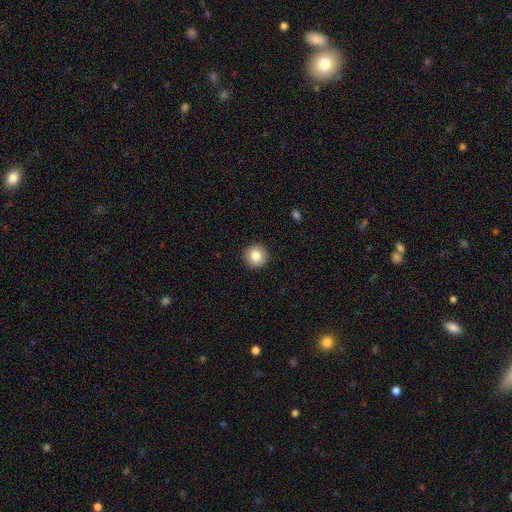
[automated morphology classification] smooth-or-featured: smooth: 84% | star or artifact: 9% | featured or disk: 7%
  how-rounded: round: 95% | in between: 4% | cigar-shaped: 1%
  merging: none: 92% | minor disturbance: 5% | major disturbance: 2% | merger: 1%